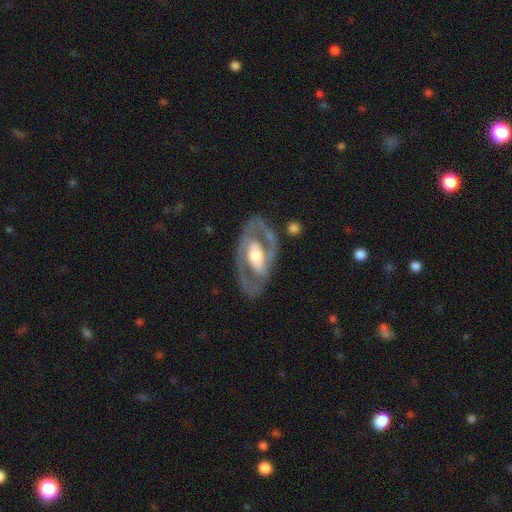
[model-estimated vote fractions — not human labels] A featured or disk galaxy (79%) with no bar (39%), spiral arms (62%) and a moderate central bulge (58%).

Vote fractions:
- Smooth or featured? featured or disk: 79% / smooth: 16% / star or artifact: 4%
- Edge-on disk? no: 92% / yes: 8%
- Bar? no: 39% / strong: 33% / weak: 29%
- Spiral arms? yes: 62% / no: 38%
- Bulge size? moderate: 58% / large: 28% / small: 10% / dominant: 2% / none: 1%
- Merging? none: 76% / minor disturbance: 14% / major disturbance: 8% / merger: 2%